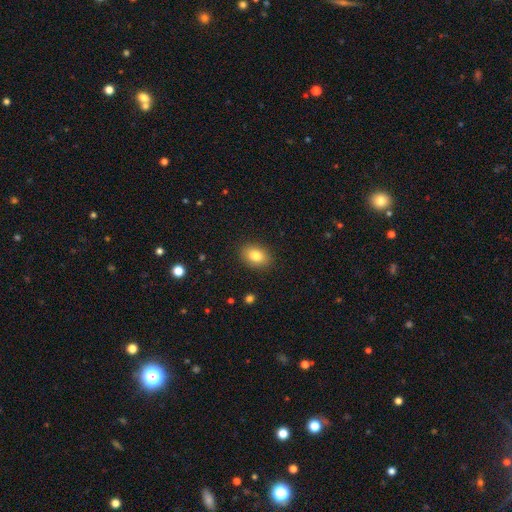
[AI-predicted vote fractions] Smooth or featured?
  - smooth: 83% *
  - star or artifact: 9%
  - featured or disk: 8%
How rounded?
  - in between: 78% *
  - round: 20%
  - cigar-shaped: 1%
Merging?
  - none: 89% *
  - minor disturbance: 8%
  - major disturbance: 2%
  - merger: 1%